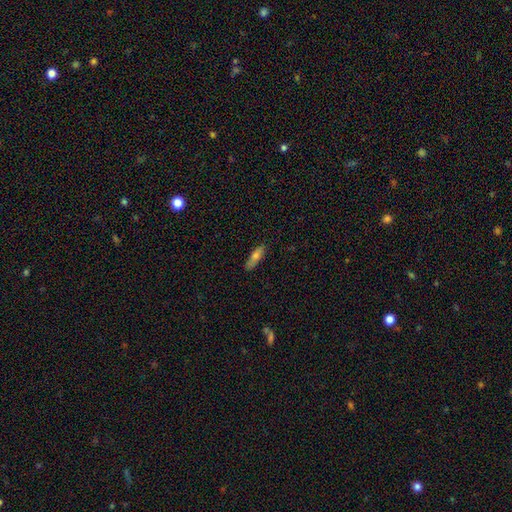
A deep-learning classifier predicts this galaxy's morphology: smooth 66%, featured or disk 26%, star or artifact 8%. Down the decision tree: how rounded — cigar-shaped (60%); merging — none (83%).